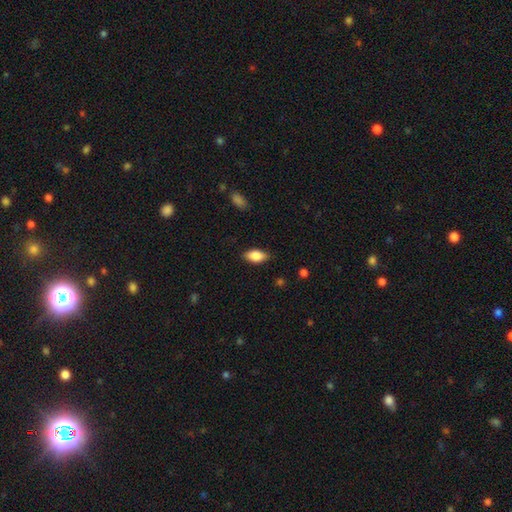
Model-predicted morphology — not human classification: The model was most divided on "smooth or featured": smooth: 79%, featured or disk: 14%, star or artifact: 7%. More confident: how rounded — in between (89%); merging — none (83%).